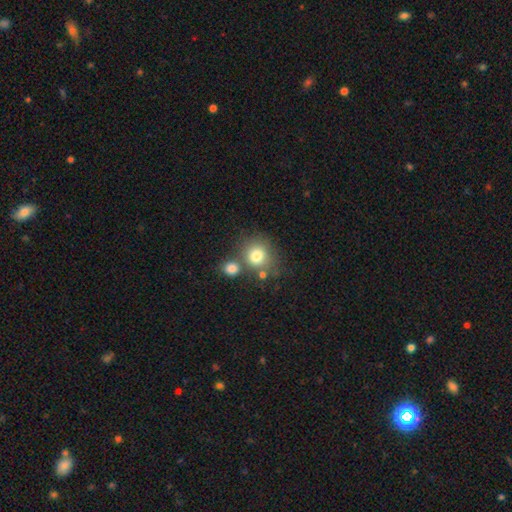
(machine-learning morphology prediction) Smooth or featured: smooth — 78% (star or artifact — 11%)
How rounded: round — 82% (in between — 17%)
Merging: none — 58% (merger — 26%)